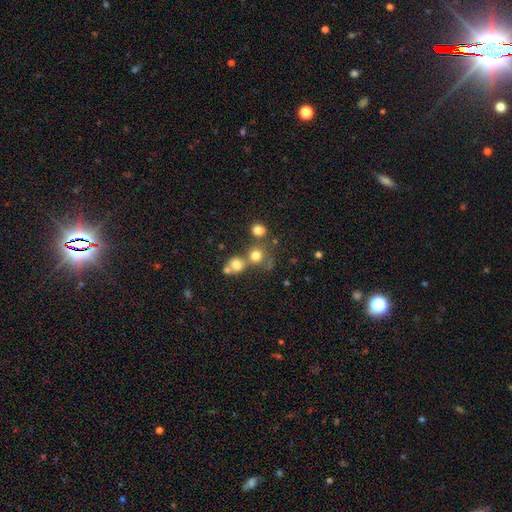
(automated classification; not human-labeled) Smooth or featured? Predicted: smooth (p=0.73). How rounded? Predicted: round (p=0.84). Merging? Predicted: none (p=0.50).